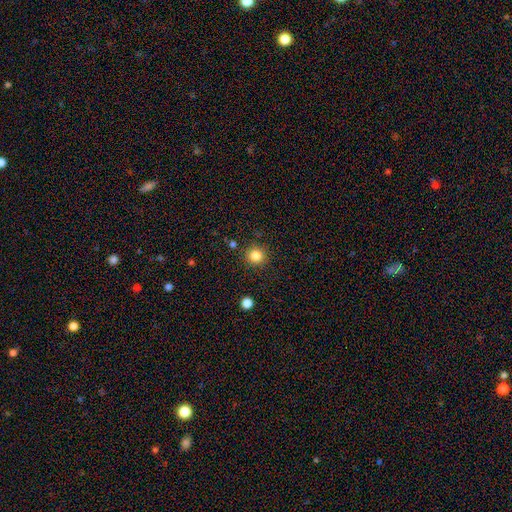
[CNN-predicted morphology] smooth-or-featured: smooth: 84% | star or artifact: 12% | featured or disk: 5%
  how-rounded: round: 92% | in between: 7% | cigar-shaped: 1%
  merging: none: 88% | minor disturbance: 7% | major disturbance: 2% | merger: 2%